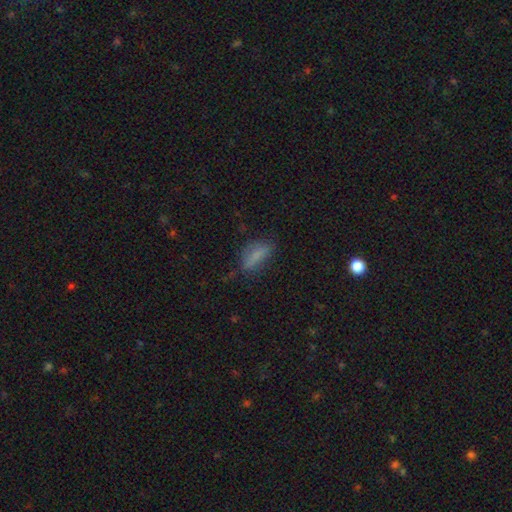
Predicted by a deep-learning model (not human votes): Overall: smooth (76%). How rounded: in between (63%; cigar-shaped 33%). Merging: none (60%; minor disturbance 27%).